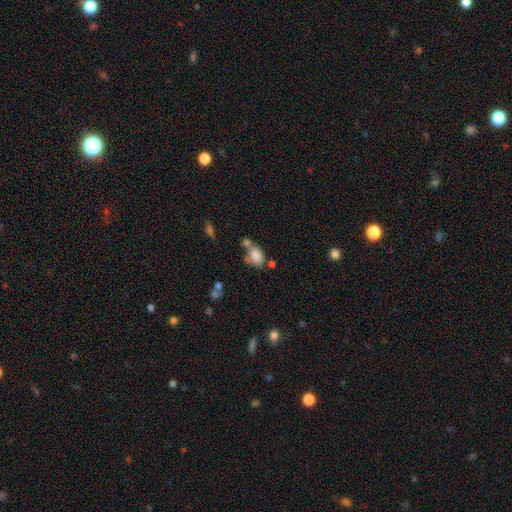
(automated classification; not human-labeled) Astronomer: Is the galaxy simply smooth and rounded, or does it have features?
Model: smooth — 81%.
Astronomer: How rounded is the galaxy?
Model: in between — 82%.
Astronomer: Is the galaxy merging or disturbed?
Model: none — 40% (runner-up: merger, 34%).